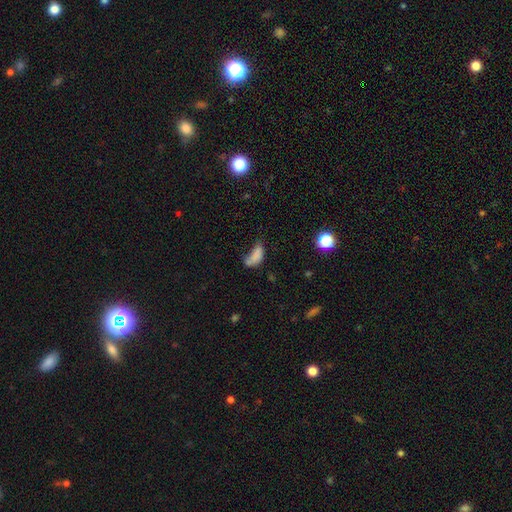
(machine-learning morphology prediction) A smooth galaxy with no disk features (70%) that is in between round and cigar-shaped (83%).

Vote fractions:
- Smooth or featured? smooth: 70% / featured or disk: 15% / star or artifact: 15%
- How rounded? in between: 83% / cigar-shaped: 12% / round: 6%
- Merging? major disturbance: 33% / none: 26% / minor disturbance: 25% / merger: 16%